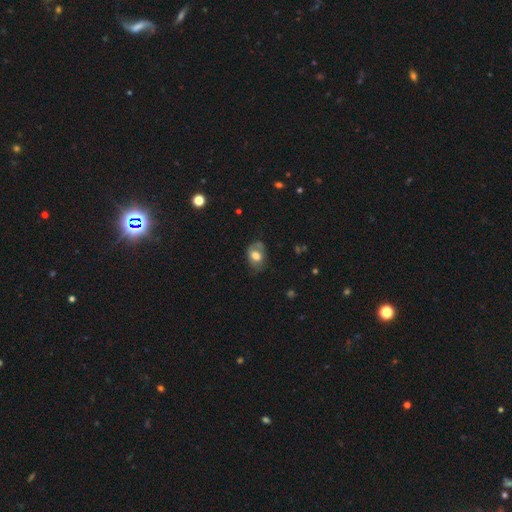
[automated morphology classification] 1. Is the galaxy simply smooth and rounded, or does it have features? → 63% smooth, 29% featured or disk, 8% star or artifact.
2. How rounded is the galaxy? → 75% in between, 24% round, 1% cigar-shaped.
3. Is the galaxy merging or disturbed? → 51% none, 31% minor disturbance, 15% major disturbance, 3% merger.